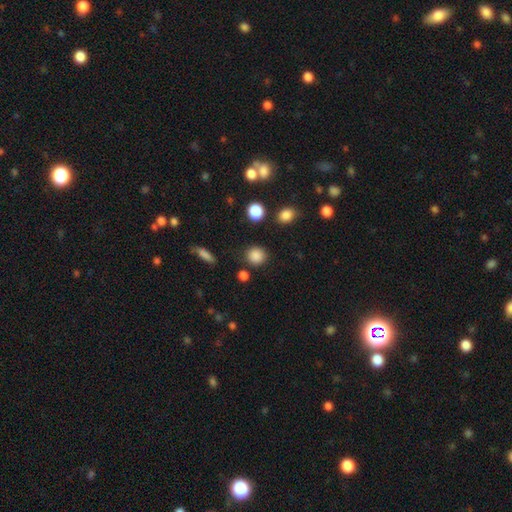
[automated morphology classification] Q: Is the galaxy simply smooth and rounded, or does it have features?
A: smooth — 85%.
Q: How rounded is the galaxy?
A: round — 88%.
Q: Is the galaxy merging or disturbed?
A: none — 84%.